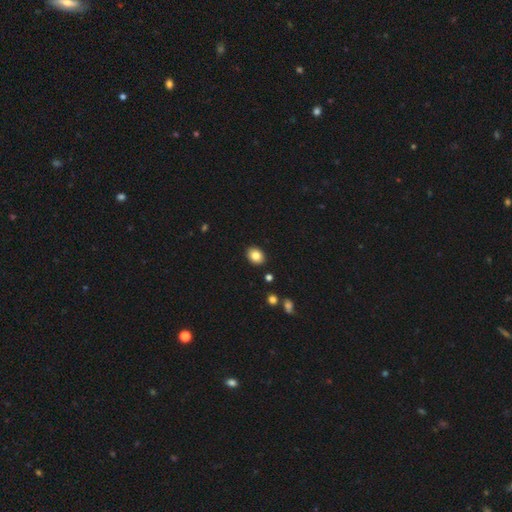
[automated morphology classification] This appears to be a smooth galaxy with no disk features (84%) that is in between round and cigar-shaped (65%). Merging: none (90%).